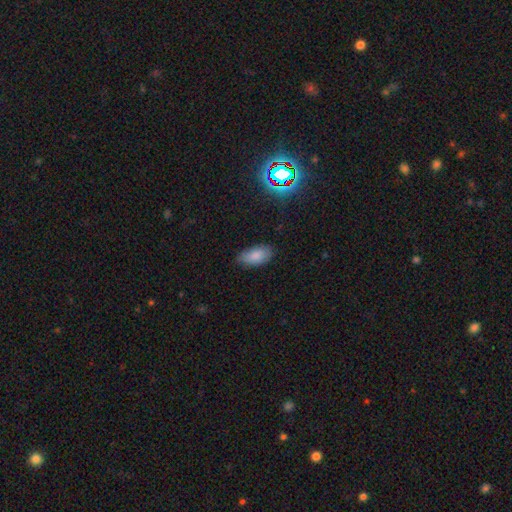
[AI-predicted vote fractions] Overall: smooth (84%). How rounded: in between (93%). Merging: none (80%).